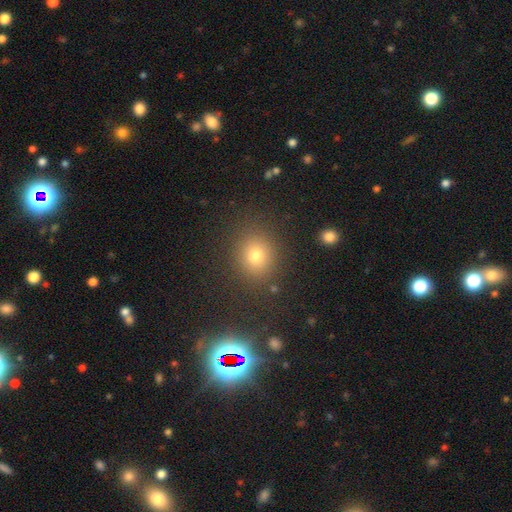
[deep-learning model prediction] Overall: smooth (69%). How rounded: round (75%). Merging: none (85%).